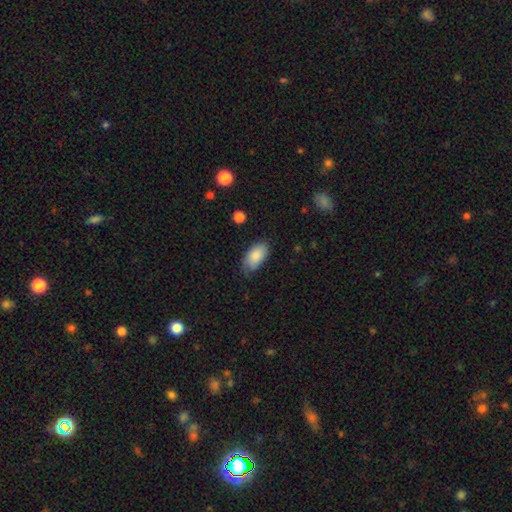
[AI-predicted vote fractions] Smooth or featured: smooth — 86% (featured or disk — 7%)
How rounded: in between — 94% (cigar-shaped — 3%)
Merging: none — 73% (minor disturbance — 22%)